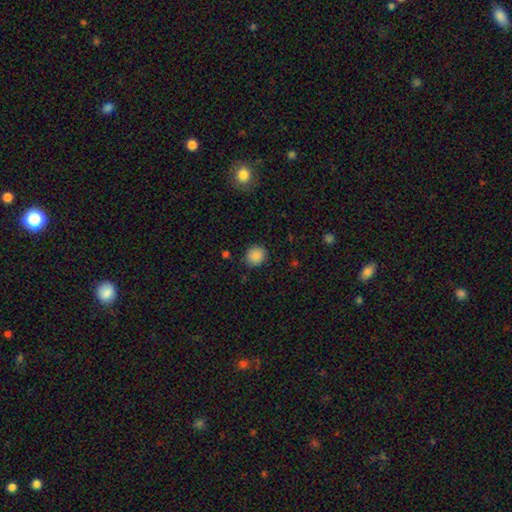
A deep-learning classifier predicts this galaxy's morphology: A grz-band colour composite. It shows a smooth galaxy with no disk features (88%) that is round (82%). Merging: none (87%).